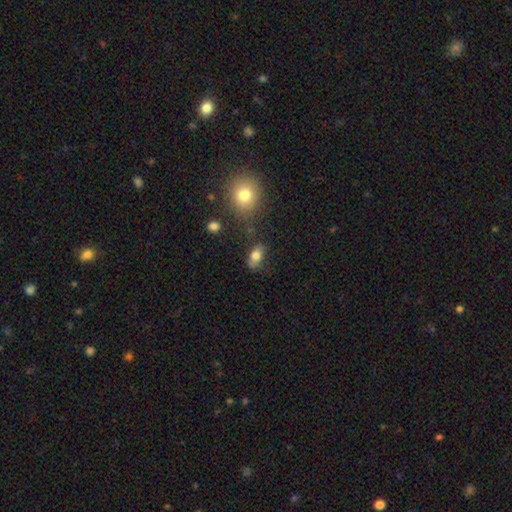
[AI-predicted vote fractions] Smooth or featured? smooth (77%)
How rounded? in between (85%)
Merging? none (73%)